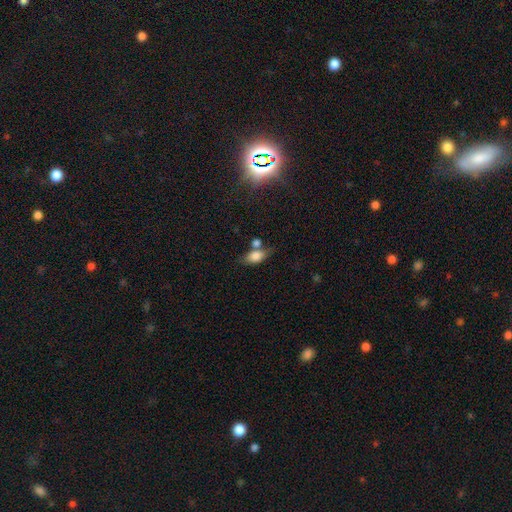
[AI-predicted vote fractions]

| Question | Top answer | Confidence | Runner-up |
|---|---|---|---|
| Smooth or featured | smooth | 76% | featured or disk (15%) |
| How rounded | in between | 83% | round (9%) |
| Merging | none | 50% | merger (25%) |